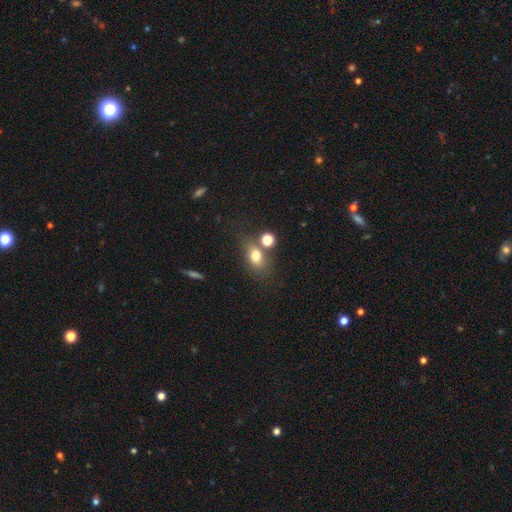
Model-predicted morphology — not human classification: smooth_or_featured: smooth (p=0.74) [alt: featured or disk p=0.13]
how_rounded: in between (p=0.64) [alt: round p=0.33]
merging: none (p=0.55) [alt: merger p=0.22]